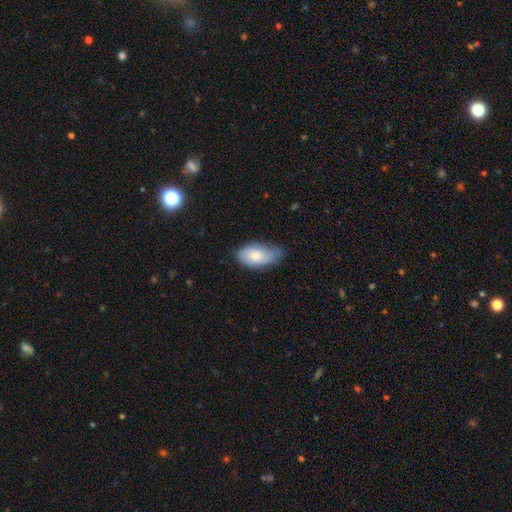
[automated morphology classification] This appears to be a smooth galaxy with no disk features (64%) that is in between round and cigar-shaped (93%). Merging: none (47%).